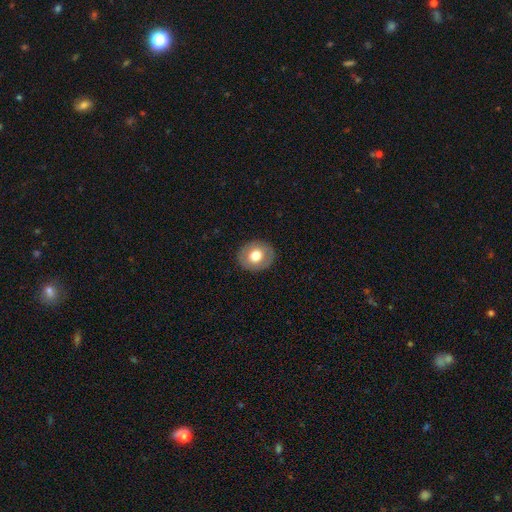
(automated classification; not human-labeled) smooth-or-featured: smooth: 66% | featured or disk: 27% | star or artifact: 7%
  how-rounded: round: 66% | in between: 33% | cigar-shaped: 1%
  merging: none: 87% | minor disturbance: 9% | major disturbance: 3% | merger: 1%